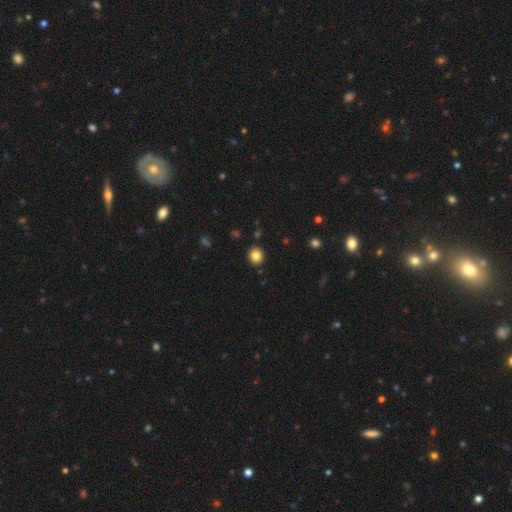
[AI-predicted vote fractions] A smooth galaxy with no disk features (83%) that is round (79%).

Vote fractions:
- Smooth or featured? smooth: 83% / star or artifact: 10% / featured or disk: 6%
- How rounded? round: 79% / in between: 20% / cigar-shaped: 1%
- Merging? none: 90% / minor disturbance: 6% / merger: 2% / major disturbance: 2%